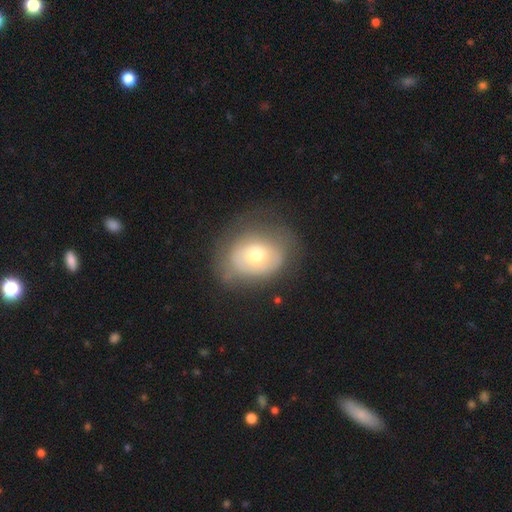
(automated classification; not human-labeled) Overall: smooth (57%; featured or disk 35%). How rounded: in between (56%; round 44%). Merging: none (52%; minor disturbance 28%).